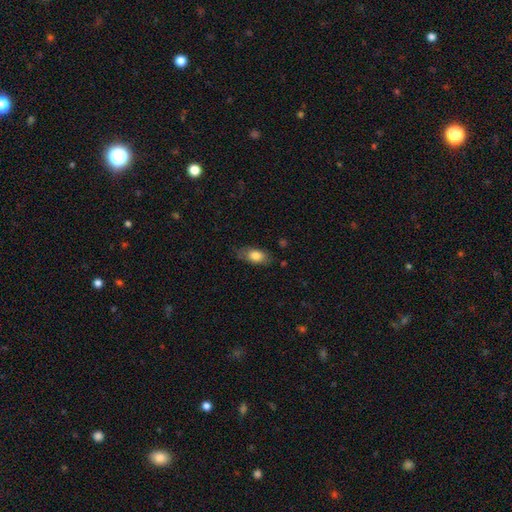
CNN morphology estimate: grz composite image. It shows a smooth galaxy with no disk features (79%) that is in between round and cigar-shaped (86%). Merging: none (72%).